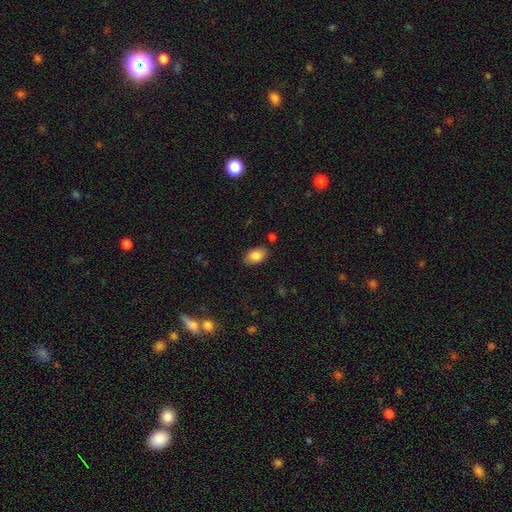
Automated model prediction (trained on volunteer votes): Overall: smooth (86%). How rounded: in between (91%). Merging: none (83%).